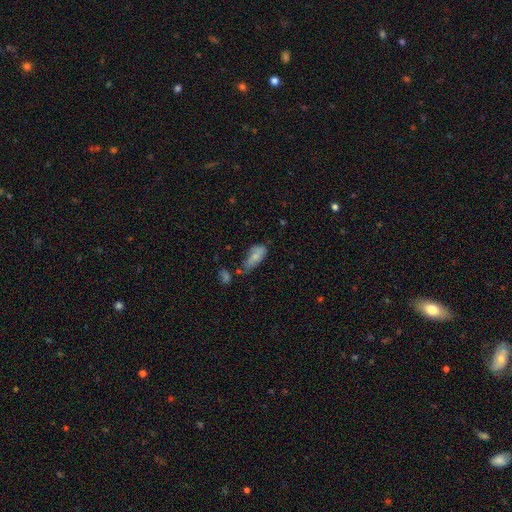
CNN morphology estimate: This is likely a smooth galaxy (72%). How rounded: clearly in between (85%). Merging: marginally none (40%).